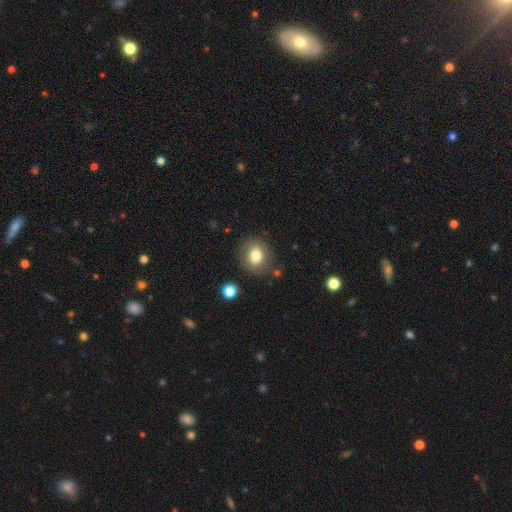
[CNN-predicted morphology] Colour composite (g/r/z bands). It shows a smooth galaxy with no disk features (80%) that is round (65%). Merging: none (83%).